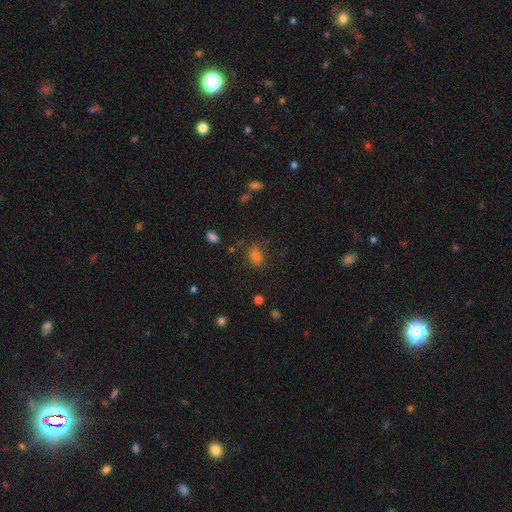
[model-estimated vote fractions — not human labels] This is likely a smooth galaxy (76%). How rounded: likely in between (69%). Merging: likely none (73%).